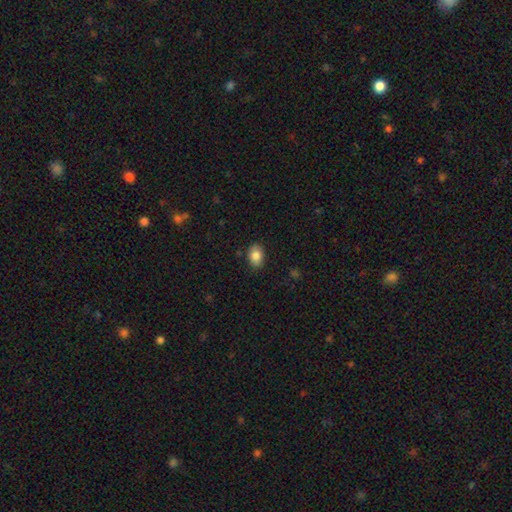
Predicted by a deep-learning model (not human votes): Overall: smooth (85%). How rounded: in between (81%). Merging: none (86%).